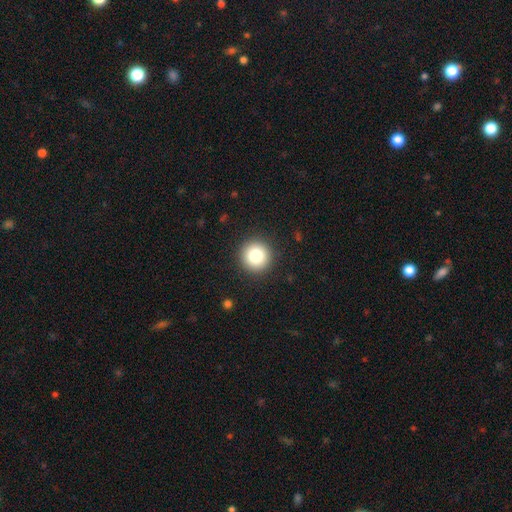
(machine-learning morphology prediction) Overall: smooth (81%). How rounded: round (96%). Merging: none (92%).